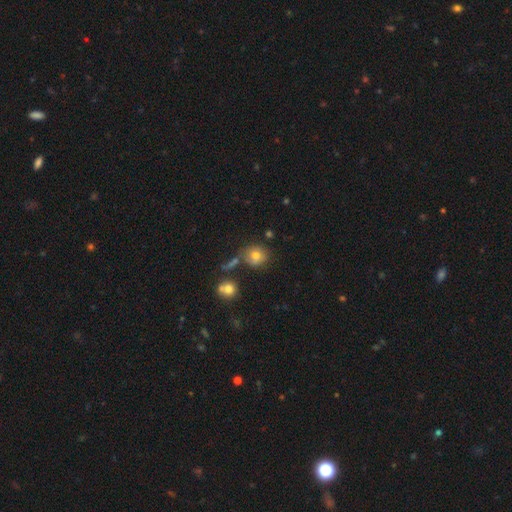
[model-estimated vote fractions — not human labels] smooth-or-featured: smooth: 74% | star or artifact: 14% | featured or disk: 12%
  how-rounded: round: 81% | in between: 17% | cigar-shaped: 1%
  merging: none: 67% | minor disturbance: 14% | merger: 13% | major disturbance: 5%